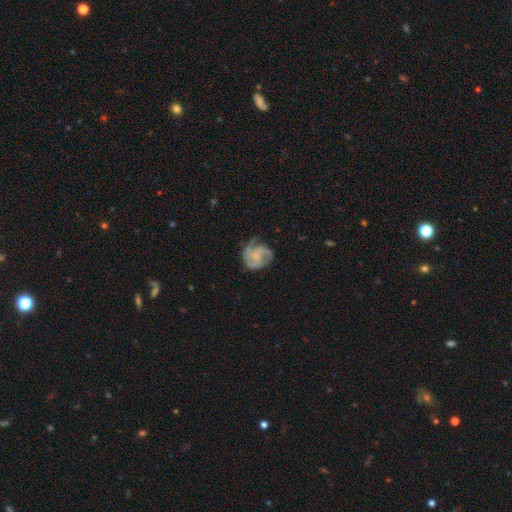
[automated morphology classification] Q: Smooth or featured?
A: featured or disk (74%); runner-up: smooth (19%)
Q: Edge-on disk?
A: no (98%); runner-up: yes (2%)
Q: Bar?
A: no (67%); runner-up: weak (28%)
Q: Spiral arms?
A: yes (92%); runner-up: no (8%)
Q: Spiral winding?
A: medium (49%); runner-up: tight (33%)
Q: Spiral arm count?
A: 3 (46%); runner-up: 2 (25%)
Q: Bulge size?
A: small (55%); runner-up: none (22%)
Q: Merging?
A: none (59%); runner-up: minor disturbance (25%)